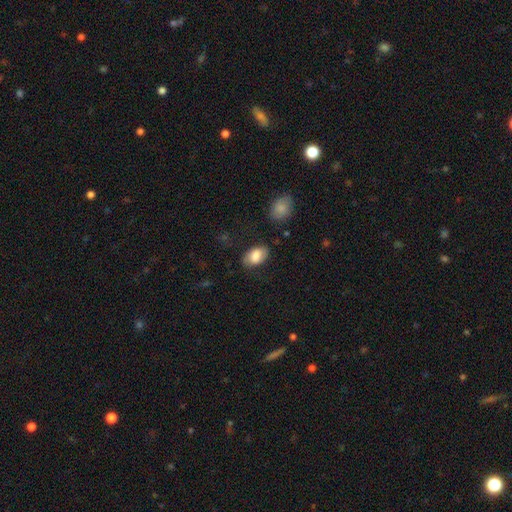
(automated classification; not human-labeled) Q: Smooth or featured?
A: smooth (80%); runner-up: featured or disk (14%)
Q: How rounded?
A: in between (92%); runner-up: round (7%)
Q: Merging?
A: none (75%); runner-up: minor disturbance (18%)